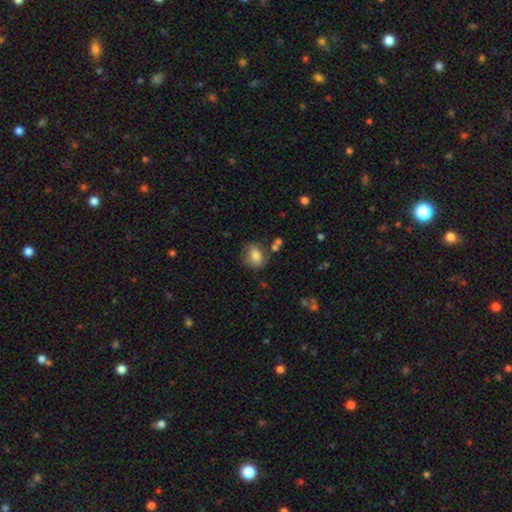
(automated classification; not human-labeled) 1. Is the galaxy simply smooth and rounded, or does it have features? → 76% smooth, 15% featured or disk, 9% star or artifact.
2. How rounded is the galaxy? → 59% round, 40% in between, 1% cigar-shaped.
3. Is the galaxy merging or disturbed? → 70% none, 19% minor disturbance, 6% major disturbance, 5% merger.